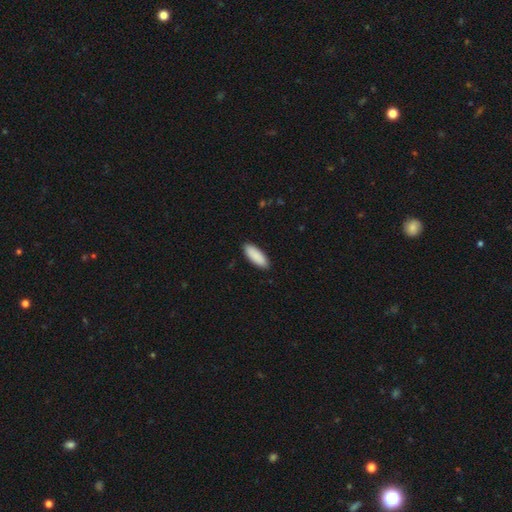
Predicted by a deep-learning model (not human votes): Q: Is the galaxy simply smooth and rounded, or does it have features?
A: smooth — 91%.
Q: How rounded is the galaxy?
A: in between — 72%.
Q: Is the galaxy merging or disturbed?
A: none — 89%.